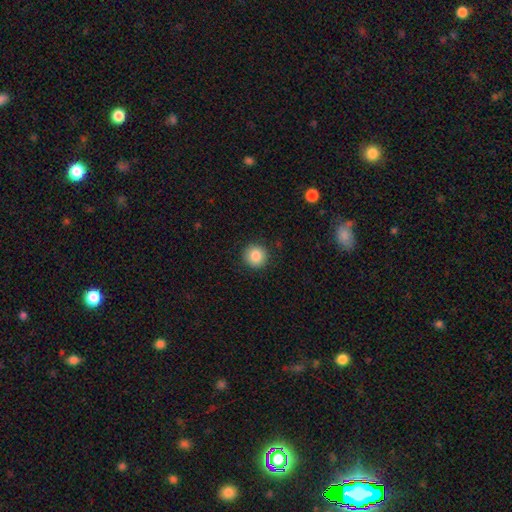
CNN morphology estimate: A smooth galaxy with no disk features (86%) that is round (94%). Merging: none (90%).